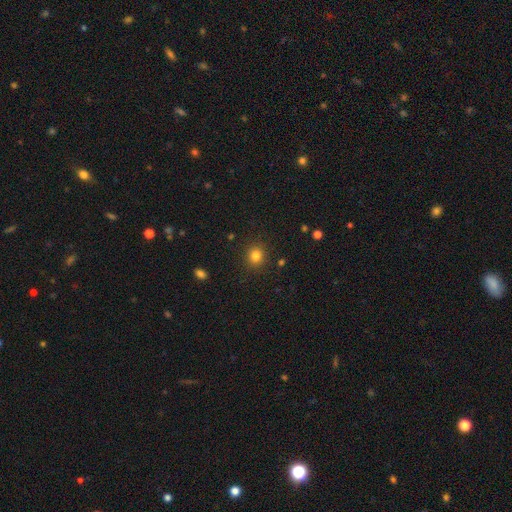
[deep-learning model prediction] This is clearly a smooth galaxy (82%). How rounded: clearly round (87%). Merging: clearly none (89%).